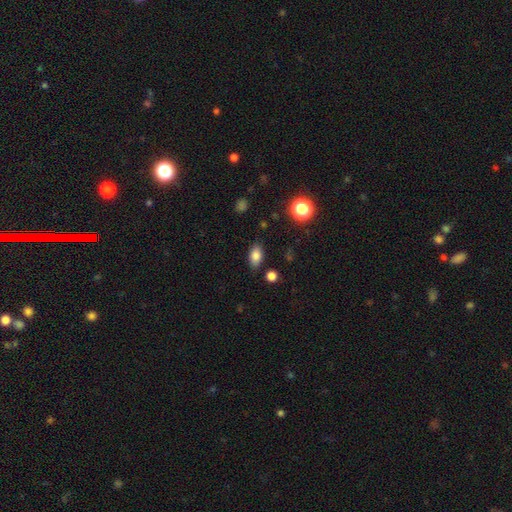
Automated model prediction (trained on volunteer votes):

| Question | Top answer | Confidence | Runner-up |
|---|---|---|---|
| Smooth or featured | smooth | 82% | star or artifact (10%) |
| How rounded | in between | 87% | round (10%) |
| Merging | none | 84% | minor disturbance (11%) |